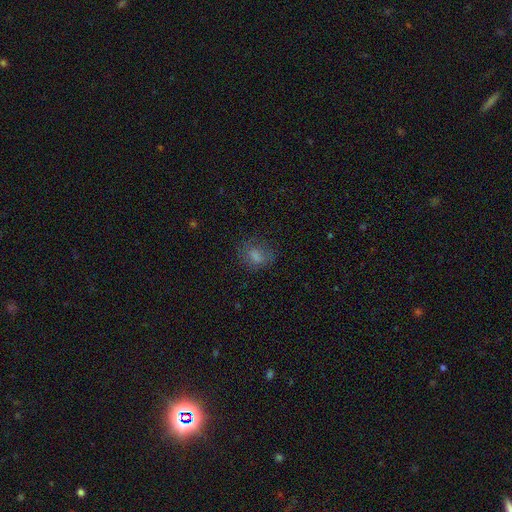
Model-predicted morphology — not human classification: Smooth or featured? smooth (66%)
How rounded? round (53%)
Merging? none (72%)